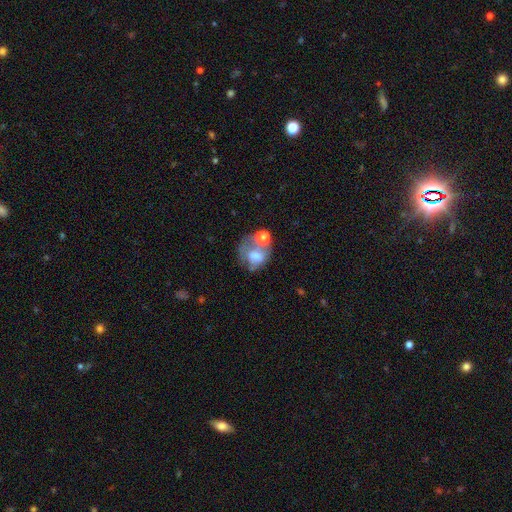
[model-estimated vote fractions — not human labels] smooth 52%, featured or disk 37%, star or artifact 11%. Down the decision tree: how rounded — round (51%); merging — merger (38%).